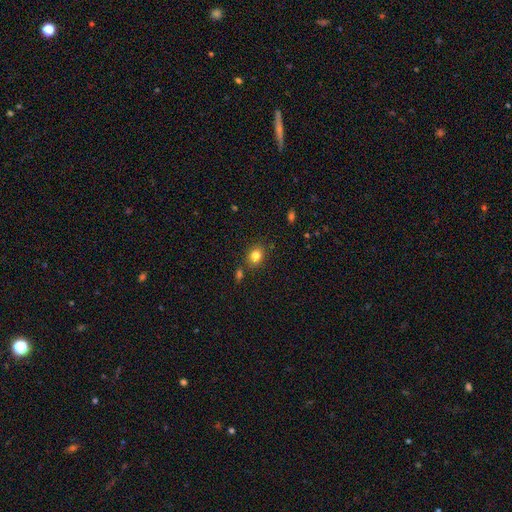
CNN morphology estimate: smooth_or_featured: smooth (p=0.82) [alt: star or artifact p=0.11]
how_rounded: round (p=0.54) [alt: in between p=0.45]
merging: none (p=0.81) [alt: minor disturbance p=0.11]